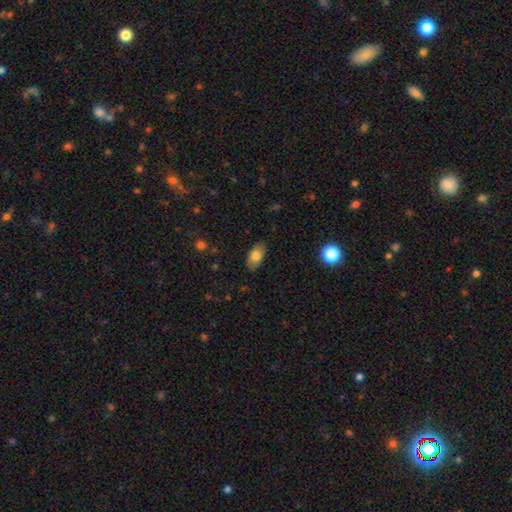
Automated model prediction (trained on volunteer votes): smooth_or_featured: smooth (p=0.81) [alt: featured or disk p=0.12]
how_rounded: in between (p=0.91) [alt: cigar-shaped p=0.05]
merging: none (p=0.85) [alt: minor disturbance p=0.11]